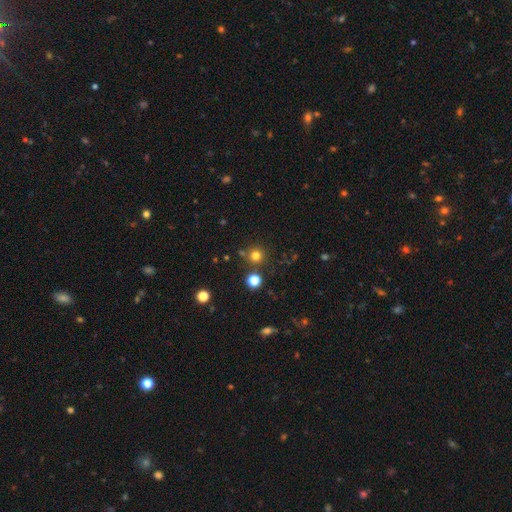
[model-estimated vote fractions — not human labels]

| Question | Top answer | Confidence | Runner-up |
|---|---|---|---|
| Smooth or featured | smooth | 75% | star or artifact (19%) |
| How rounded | round | 94% | in between (5%) |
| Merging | none | 81% | merger (8%) |